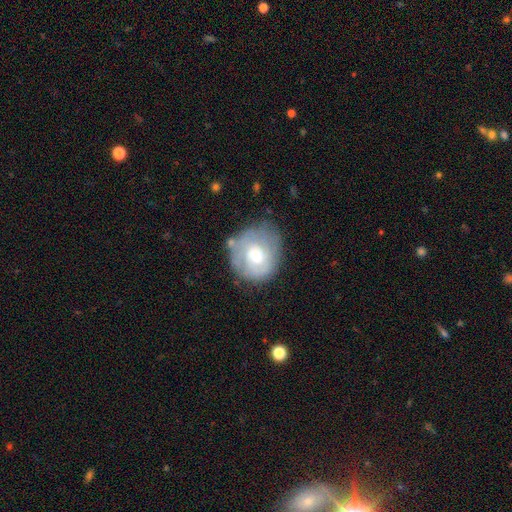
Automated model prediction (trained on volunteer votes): A featured or disk galaxy (54%) with no bar (69%), spiral arms (62%) and a moderate central bulge (55%).

Vote fractions:
- Smooth or featured? featured or disk: 54% / smooth: 39% / star or artifact: 7%
- Edge-on disk? no: 97% / yes: 3%
- Bar? no: 69% / weak: 27% / strong: 4%
- Spiral arms? yes: 62% / no: 38%
- Bulge size? moderate: 55% / small: 39% / large: 4% / none: 1% / dominant: 1%
- Merging? none: 63% / minor disturbance: 23% / major disturbance: 9% / merger: 4%